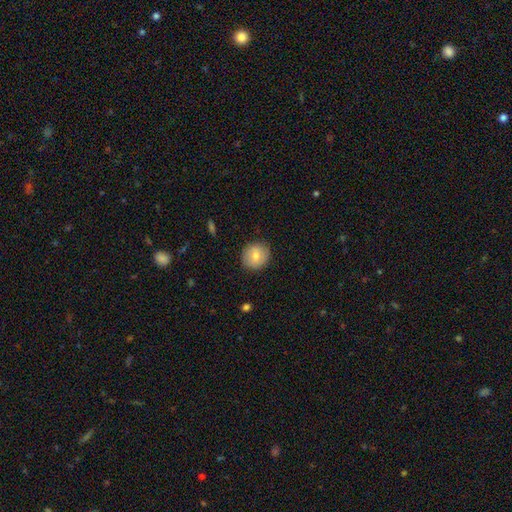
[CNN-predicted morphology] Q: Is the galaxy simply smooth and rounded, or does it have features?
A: smooth — 74%.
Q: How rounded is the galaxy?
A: round — 86%.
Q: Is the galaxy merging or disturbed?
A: none — 87%.